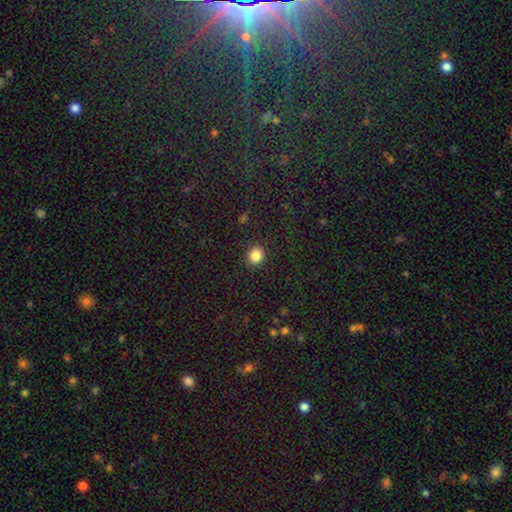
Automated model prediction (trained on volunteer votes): Morphology: type=smooth (85%); roundness=round (76%); merging=none (90%).